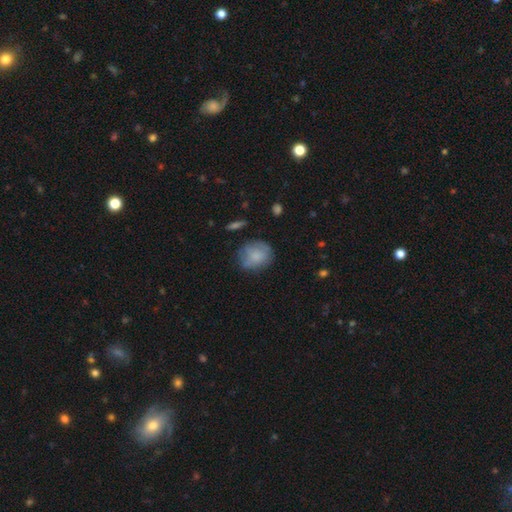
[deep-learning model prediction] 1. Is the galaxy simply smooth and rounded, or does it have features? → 73% smooth, 19% featured or disk, 8% star or artifact.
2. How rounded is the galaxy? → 67% round, 32% in between, 1% cigar-shaped.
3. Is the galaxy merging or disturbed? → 63% none, 26% minor disturbance, 9% major disturbance, 3% merger.